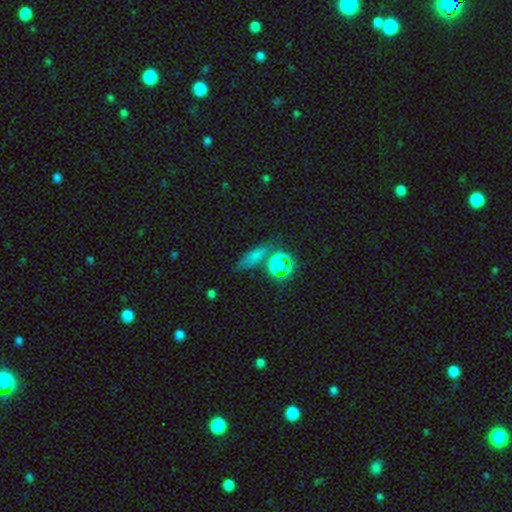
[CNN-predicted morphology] smooth 57%, star or artifact 32%, featured or disk 11%. Down the decision tree: how rounded — in between (45%); merging — none (68%).